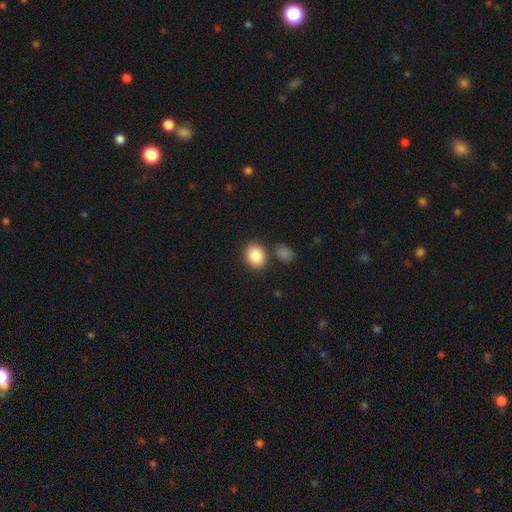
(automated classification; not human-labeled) smooth_or_featured: smooth (p=0.86) [alt: star or artifact p=0.08]
how_rounded: round (p=0.56) [alt: in between p=0.43]
merging: none (p=0.79) [alt: minor disturbance p=0.10]